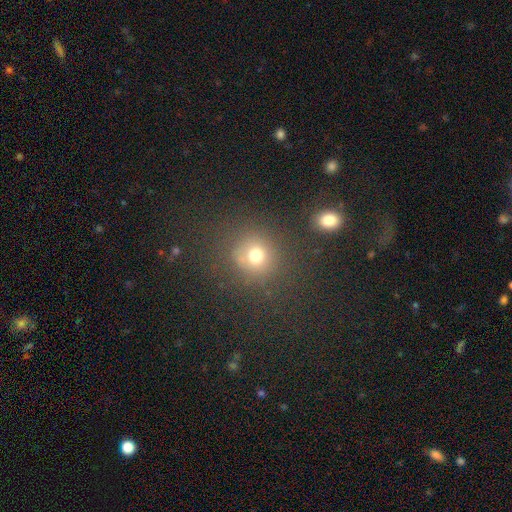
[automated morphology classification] Smooth or featured? smooth (72%)
How rounded? round (89%)
Merging? none (79%)